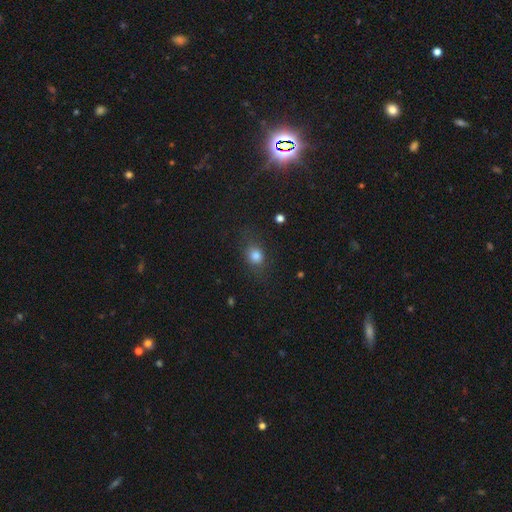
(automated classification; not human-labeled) smooth_or_featured: smooth (p=0.80) [alt: star or artifact p=0.12]
how_rounded: round (p=0.60) [alt: in between p=0.38]
merging: none (p=0.73) [alt: minor disturbance p=0.17]